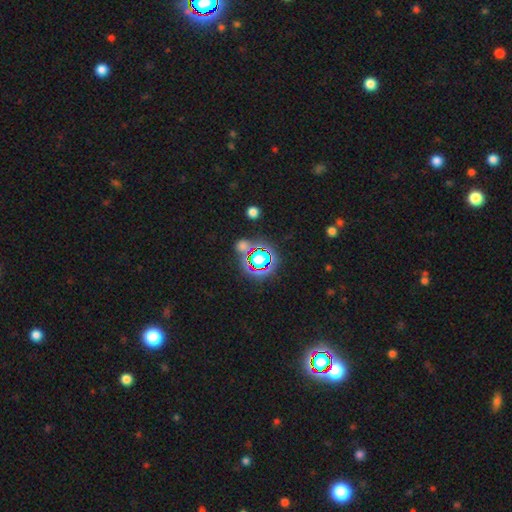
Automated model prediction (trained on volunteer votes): Overall: star or artifact (78%).